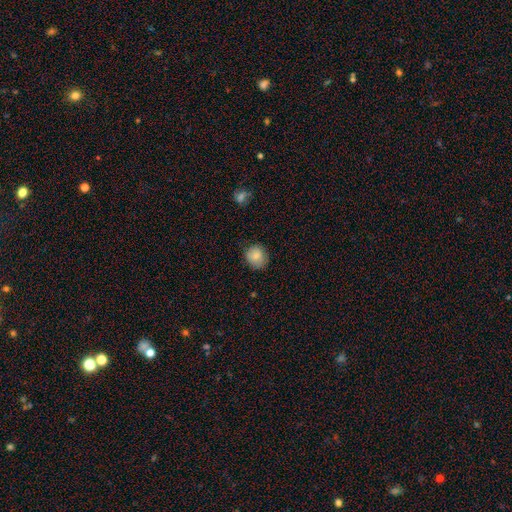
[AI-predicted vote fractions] Smooth or featured?
  - smooth: 82% *
  - featured or disk: 10%
  - star or artifact: 9%
How rounded?
  - round: 82% *
  - in between: 17%
  - cigar-shaped: 1%
Merging?
  - none: 77% *
  - minor disturbance: 18%
  - major disturbance: 3%
  - merger: 1%